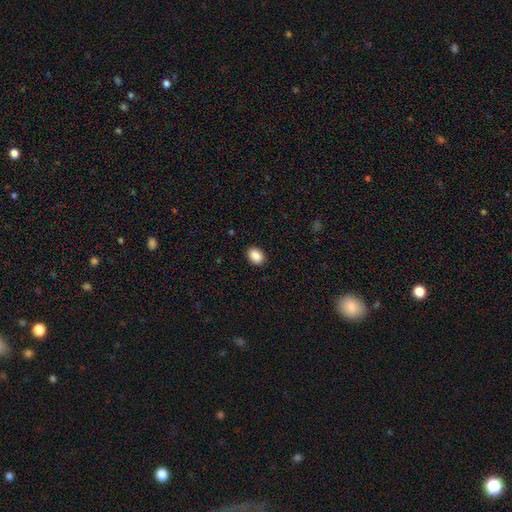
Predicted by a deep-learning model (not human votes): Q: Smooth or featured?
A: smooth (89%); runner-up: star or artifact (8%)
Q: How rounded?
A: in between (79%); runner-up: round (20%)
Q: Merging?
A: none (90%); runner-up: minor disturbance (7%)